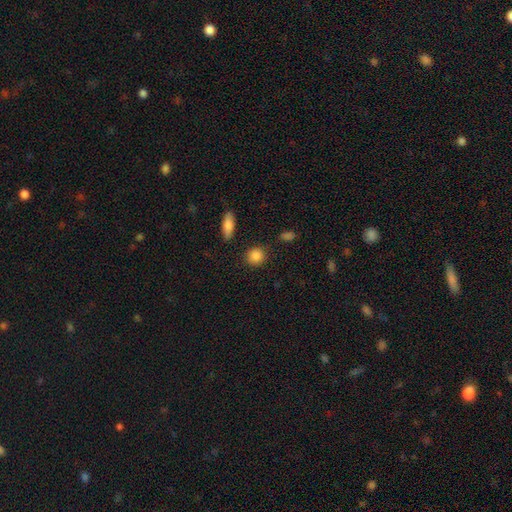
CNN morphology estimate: Smooth or featured? Predicted: smooth (p=0.88). How rounded? Predicted: round (p=0.84). Merging? Predicted: none (p=0.87).